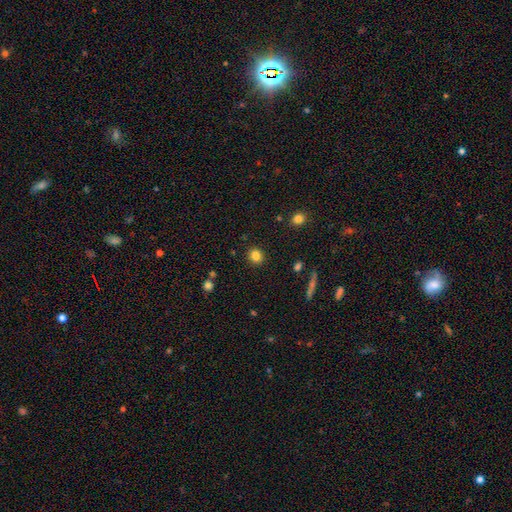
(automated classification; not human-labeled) Morphology: type=smooth (83%); roundness=round (79%); merging=none (90%).